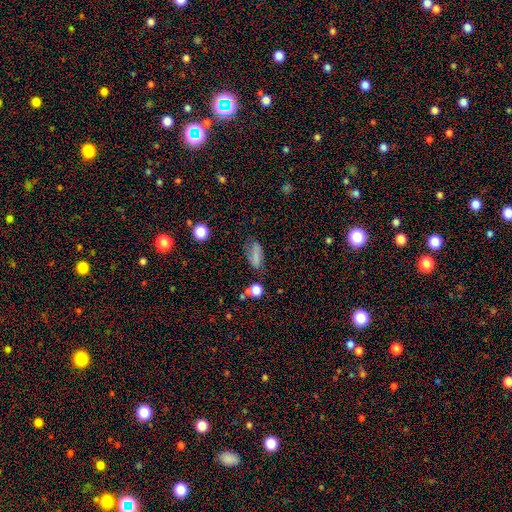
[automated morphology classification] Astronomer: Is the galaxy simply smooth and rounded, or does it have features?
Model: smooth — 74%.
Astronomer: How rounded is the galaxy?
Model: in between — 73%.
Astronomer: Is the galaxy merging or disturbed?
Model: none — 57%.